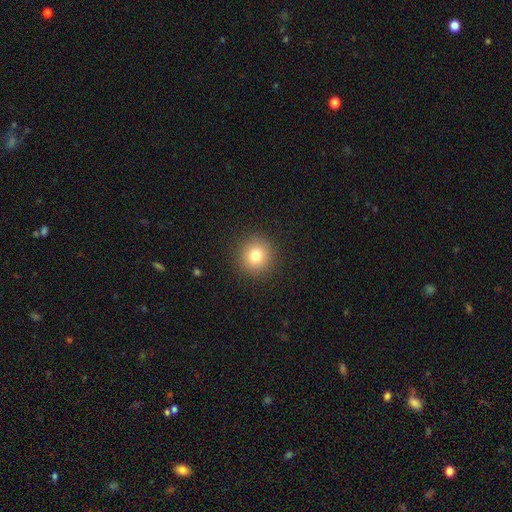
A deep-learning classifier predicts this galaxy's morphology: smooth 80%, star or artifact 12%, featured or disk 8%. Down the decision tree: how rounded — round (93%); merging — none (91%).